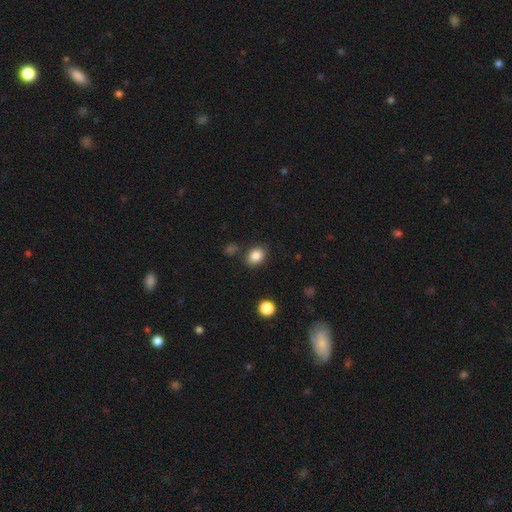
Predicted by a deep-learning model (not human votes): smooth 85%, star or artifact 10%, featured or disk 5%. Down the decision tree: how rounded — in between (61%); merging — none (80%).